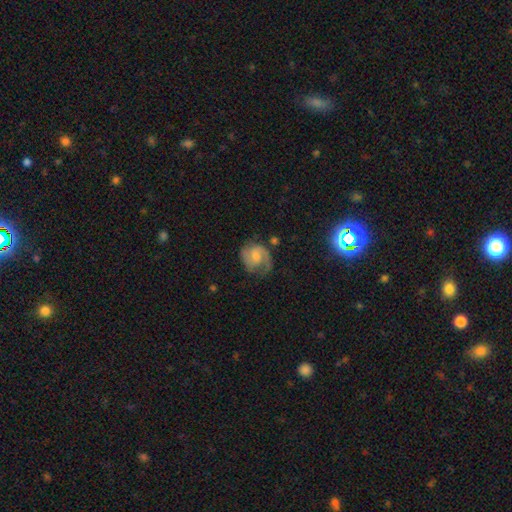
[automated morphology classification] Smooth or featured? featured or disk (73%)
Edge-on disk? no (98%)
Bar? no (49%)
Spiral arms? yes (93%)
Spiral winding? medium (49%)
Spiral arm count? 2 (74%)
Bulge size? moderate (44%)
Merging? none (59%)